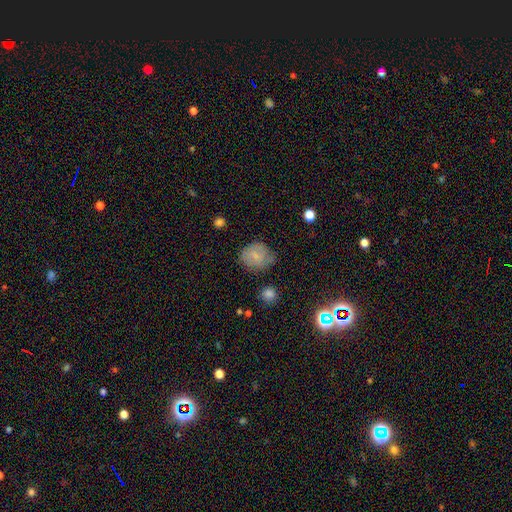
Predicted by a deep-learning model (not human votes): Smooth or featured? Predicted: smooth (p=0.69). How rounded? Predicted: round (p=0.69). Merging? Predicted: none (p=0.68).